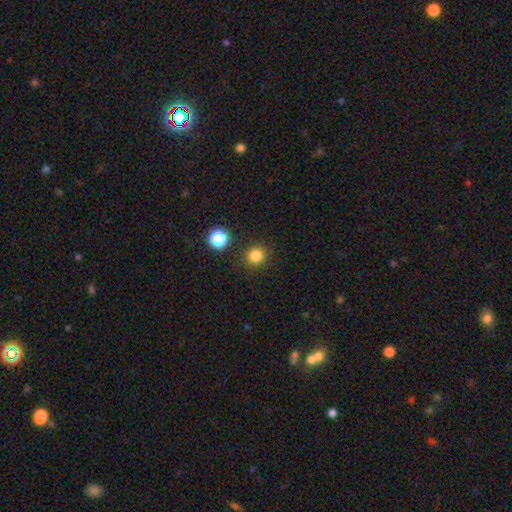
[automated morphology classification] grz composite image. It shows a smooth galaxy with no disk features (82%) that is round (90%). Merging: none (89%).